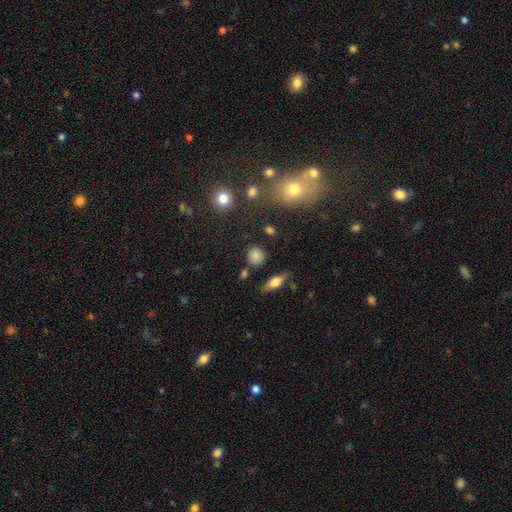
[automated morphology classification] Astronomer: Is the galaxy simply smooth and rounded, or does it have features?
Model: smooth — 82%.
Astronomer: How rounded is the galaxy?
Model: round — 85%.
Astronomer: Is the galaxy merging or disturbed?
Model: none — 82%.